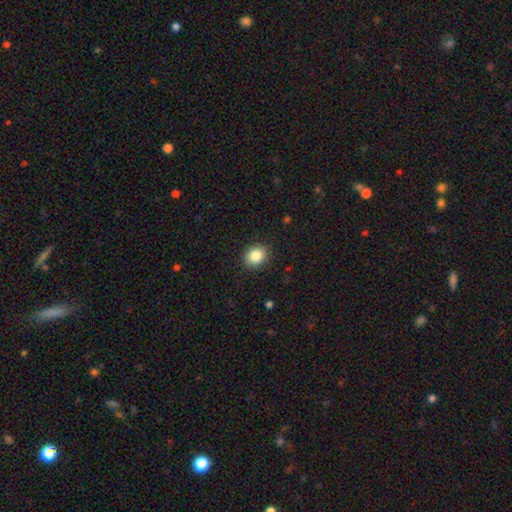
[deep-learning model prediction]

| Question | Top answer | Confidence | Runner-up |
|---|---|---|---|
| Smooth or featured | smooth | 85% | star or artifact (9%) |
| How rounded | round | 56% | in between (43%) |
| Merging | none | 89% | minor disturbance (8%) |